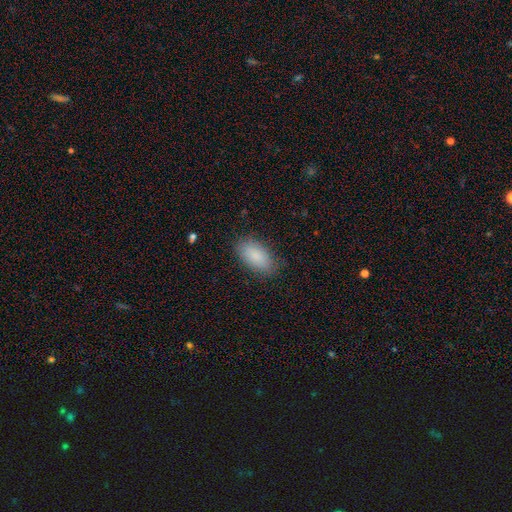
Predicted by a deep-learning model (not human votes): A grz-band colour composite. It shows a smooth galaxy with no disk features (87%) that is in between round and cigar-shaped (93%). Merging: none (83%).